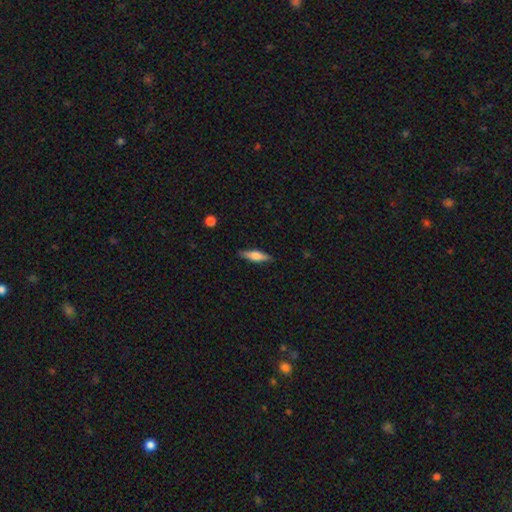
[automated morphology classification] smooth-or-featured: smooth: 54% | featured or disk: 40% | star or artifact: 6%
  how-rounded: cigar-shaped: 67% | in between: 31% | round: 2%
  merging: none: 87% | minor disturbance: 9% | major disturbance: 2% | merger: 1%